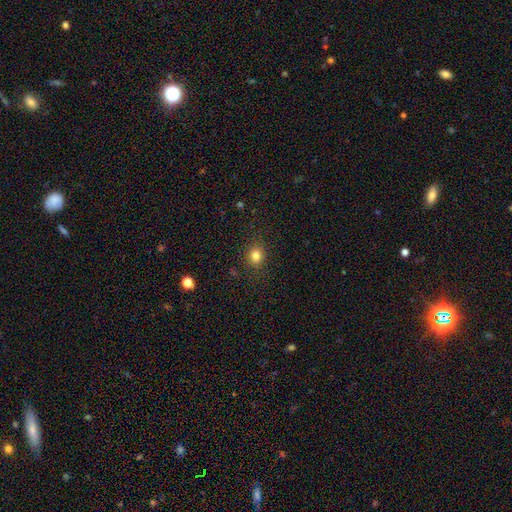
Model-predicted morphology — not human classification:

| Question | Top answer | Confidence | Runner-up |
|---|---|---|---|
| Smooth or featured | smooth | 82% | star or artifact (13%) |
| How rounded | round | 76% | in between (24%) |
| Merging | none | 87% | minor disturbance (9%) |